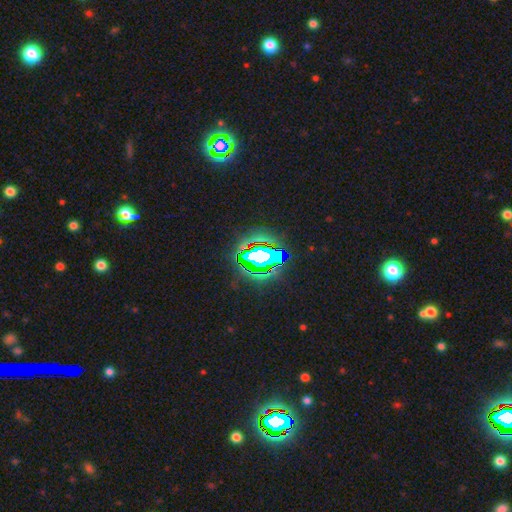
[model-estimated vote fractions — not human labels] Smooth or featured?
  - star or artifact: 66% *
  - featured or disk: 20%
  - smooth: 15%